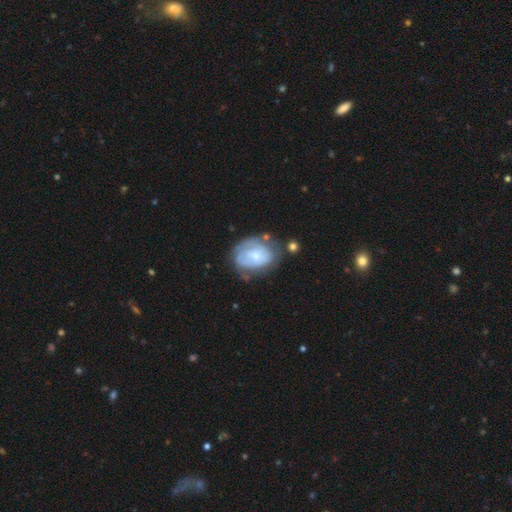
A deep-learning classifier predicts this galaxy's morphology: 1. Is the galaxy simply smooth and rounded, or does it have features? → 54% featured or disk, 39% smooth, 7% star or artifact.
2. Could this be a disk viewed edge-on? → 97% no, 3% yes.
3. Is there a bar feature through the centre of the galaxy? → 74% no, 22% weak, 4% strong.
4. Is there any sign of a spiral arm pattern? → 57% yes, 43% no.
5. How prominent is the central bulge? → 57% small, 33% moderate, 5% none, 4% large, 1% dominant.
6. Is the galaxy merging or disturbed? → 51% none, 29% minor disturbance, 15% major disturbance, 6% merger.